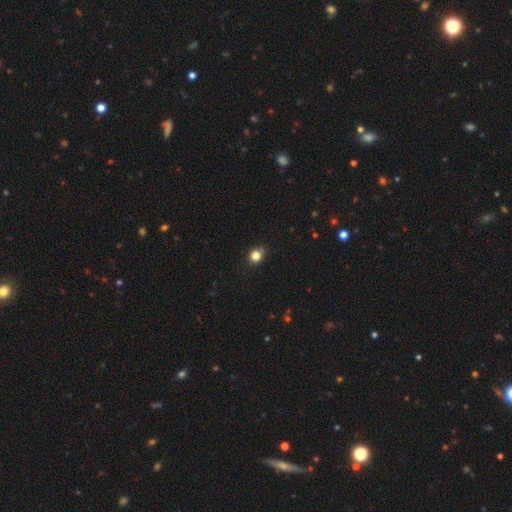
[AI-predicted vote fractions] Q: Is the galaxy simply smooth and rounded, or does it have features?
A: smooth — 82%.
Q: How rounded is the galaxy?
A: round — 79%.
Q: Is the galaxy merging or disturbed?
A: none — 78%.